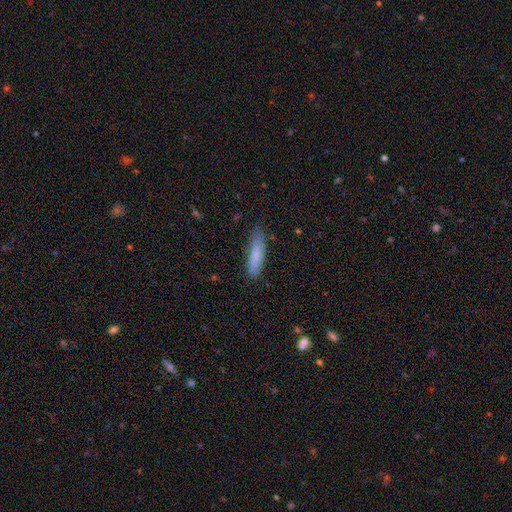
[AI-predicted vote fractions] Q: Smooth or featured?
A: smooth (80%); runner-up: featured or disk (14%)
Q: How rounded?
A: cigar-shaped (75%); runner-up: in between (24%)
Q: Merging?
A: none (75%); runner-up: minor disturbance (20%)